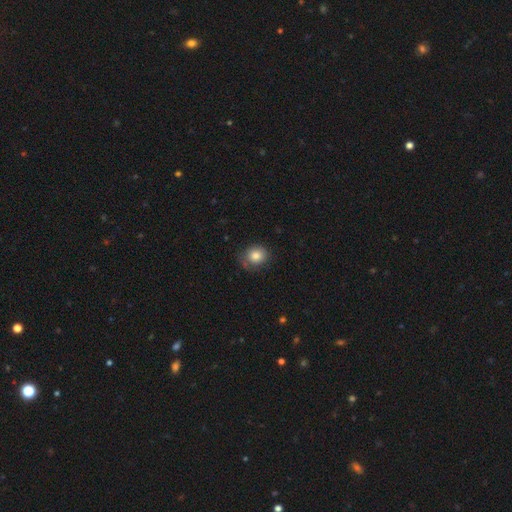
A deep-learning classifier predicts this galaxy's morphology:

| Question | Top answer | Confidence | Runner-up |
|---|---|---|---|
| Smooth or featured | smooth | 82% | star or artifact (9%) |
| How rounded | round | 76% | in between (23%) |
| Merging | none | 70% | minor disturbance (22%) |